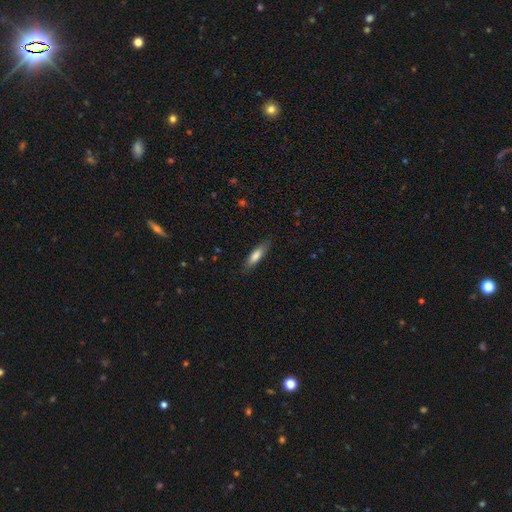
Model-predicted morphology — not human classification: Smooth or featured: smooth — 77% (featured or disk — 17%)
How rounded: cigar-shaped — 60% (in between — 38%)
Merging: none — 85% (minor disturbance — 12%)